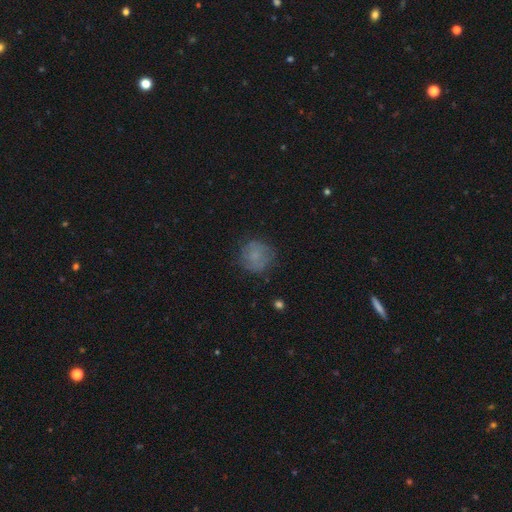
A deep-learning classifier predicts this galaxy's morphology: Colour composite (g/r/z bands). It shows a smooth galaxy with no disk features (71%) that is round (88%). Merging: none (74%).